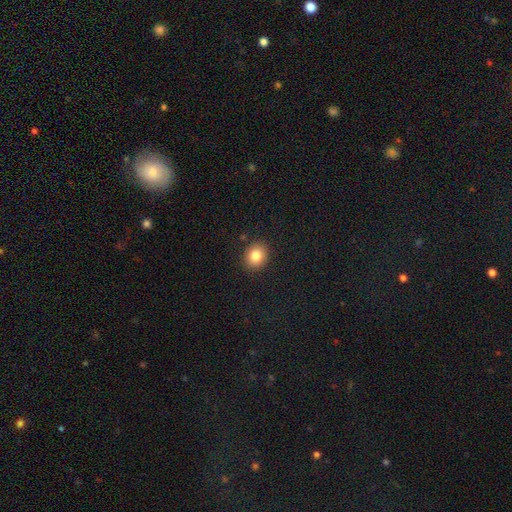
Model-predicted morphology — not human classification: Smooth or featured: smooth — 82% (star or artifact — 10%)
How rounded: round — 62% (in between — 37%)
Merging: none — 89% (minor disturbance — 7%)